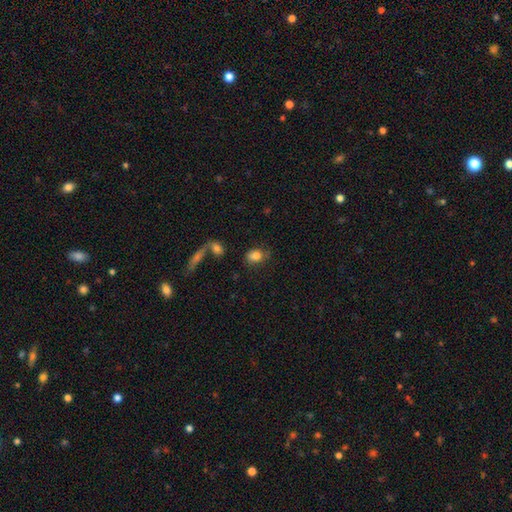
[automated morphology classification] A smooth galaxy with no disk features (82%) that is in between round and cigar-shaped (70%).

Vote fractions:
- Smooth or featured? smooth: 82% / star or artifact: 9% / featured or disk: 8%
- How rounded? in between: 70% / round: 28% / cigar-shaped: 2%
- Merging? none: 64% / minor disturbance: 20% / merger: 9% / major disturbance: 8%